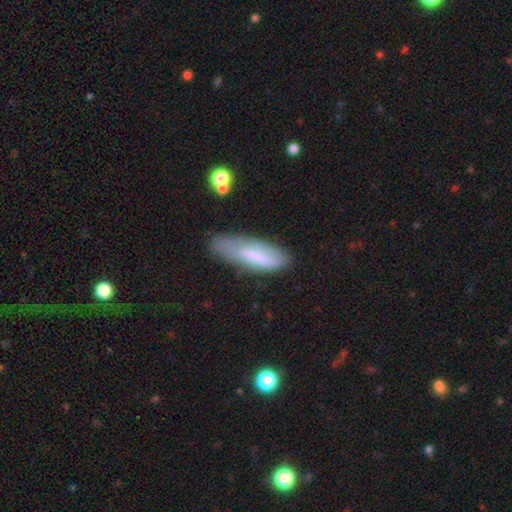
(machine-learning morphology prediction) A smooth galaxy with no disk features (66%) that is cigar-shaped (55%).

Vote fractions:
- Smooth or featured? smooth: 66% / featured or disk: 26% / star or artifact: 8%
- How rounded? cigar-shaped: 55% / in between: 44% / round: 2%
- Merging? none: 60% / minor disturbance: 28% / major disturbance: 9% / merger: 3%